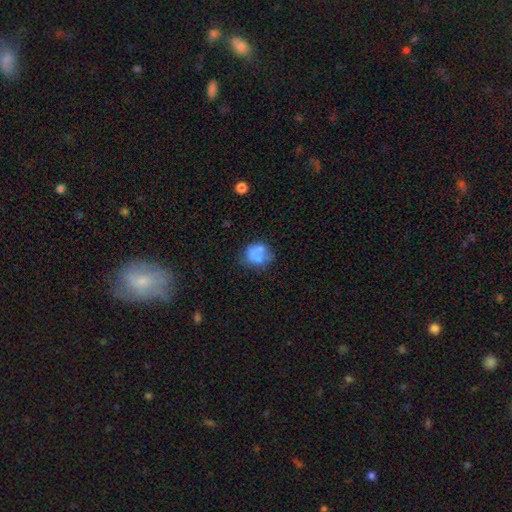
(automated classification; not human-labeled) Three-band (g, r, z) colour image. It shows a smooth galaxy with no disk features (65%) that is round (66%). Merging: none (44%).